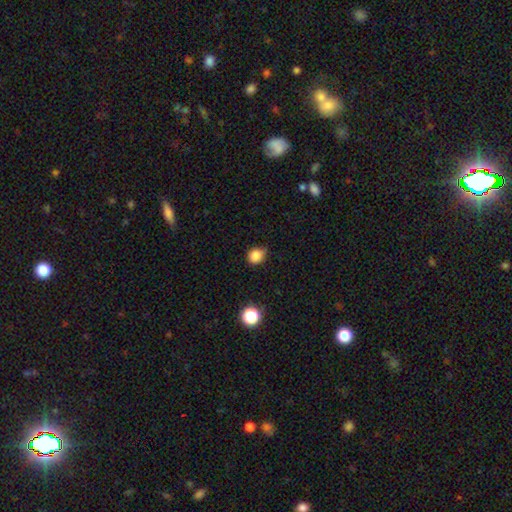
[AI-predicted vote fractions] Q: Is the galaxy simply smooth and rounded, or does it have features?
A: smooth — 84%.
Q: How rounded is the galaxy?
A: round — 70%.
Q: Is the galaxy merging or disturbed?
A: none — 67%.